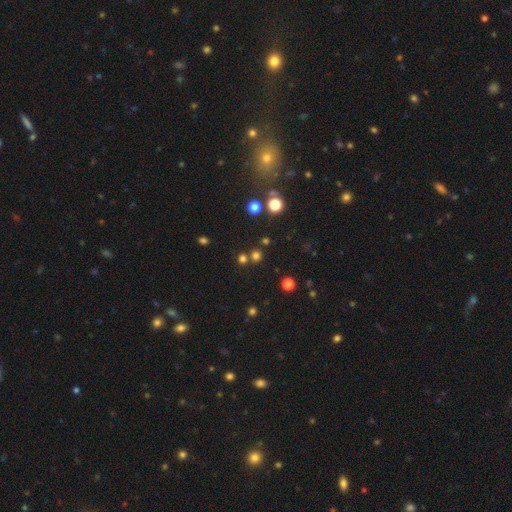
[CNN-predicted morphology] Smooth or featured? Predicted: smooth (p=0.65). How rounded? Predicted: round (p=0.91). Merging? Predicted: none (p=0.73).